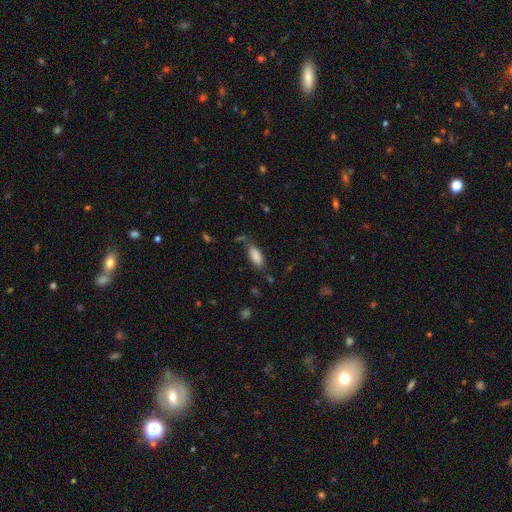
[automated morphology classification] type=smooth (87%); roundness=in between (83%); merging=none (69%).